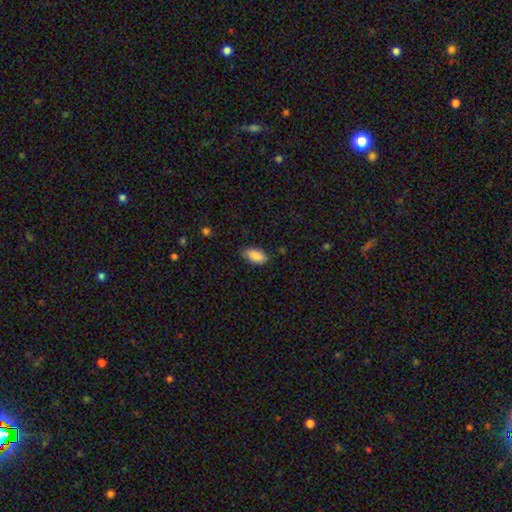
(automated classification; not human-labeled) This appears to be a smooth galaxy with no disk features (89%) that is in between round and cigar-shaped (92%). Merging: none (81%).